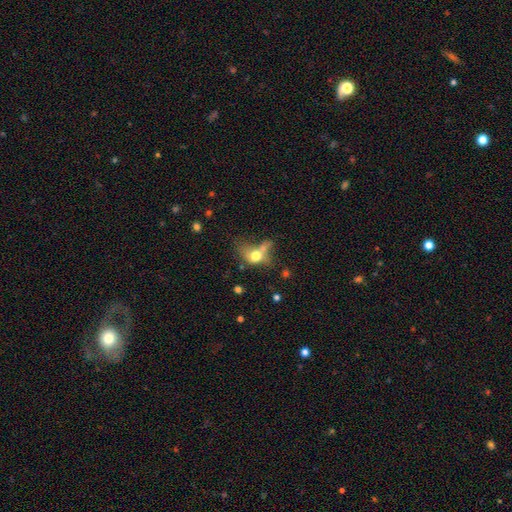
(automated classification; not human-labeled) Smooth or featured? smooth (67%)
How rounded? in between (63%)
Merging? merger (37%)